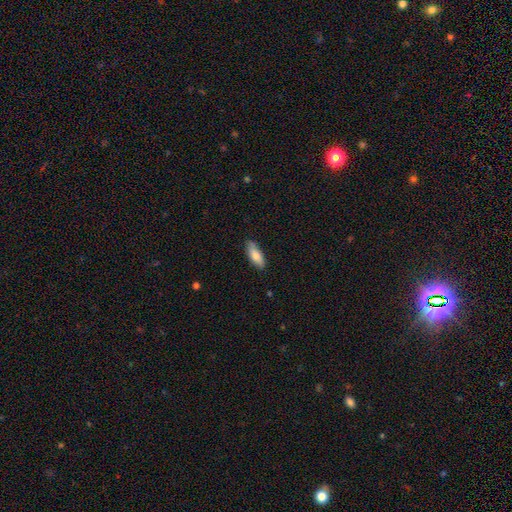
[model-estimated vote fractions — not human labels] This is likely a smooth galaxy (78%). How rounded: likely in between (70%). Merging: clearly none (81%).